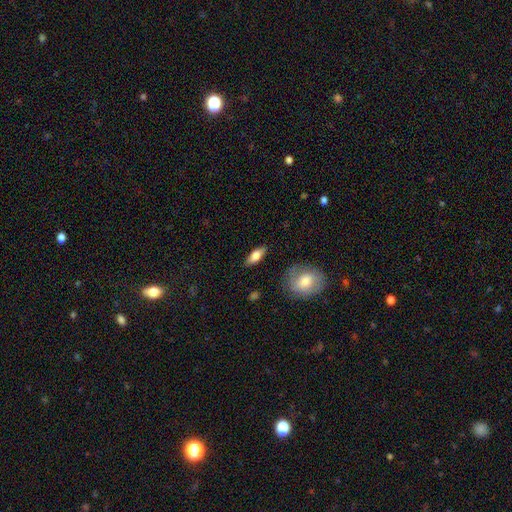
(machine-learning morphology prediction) smooth-or-featured: smooth: 67% | featured or disk: 27% | star or artifact: 6%
  how-rounded: in between: 73% | cigar-shaped: 24% | round: 4%
  merging: none: 85% | minor disturbance: 11% | major disturbance: 3% | merger: 2%